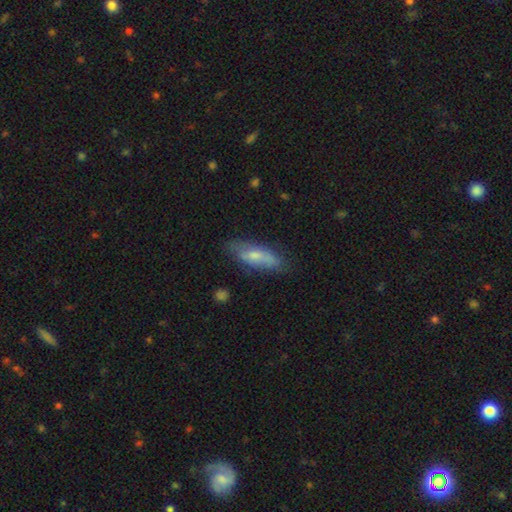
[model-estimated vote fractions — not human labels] Overall: smooth (55%; featured or disk 38%). How rounded: in between (53%; cigar-shaped 45%). Merging: none (75%).